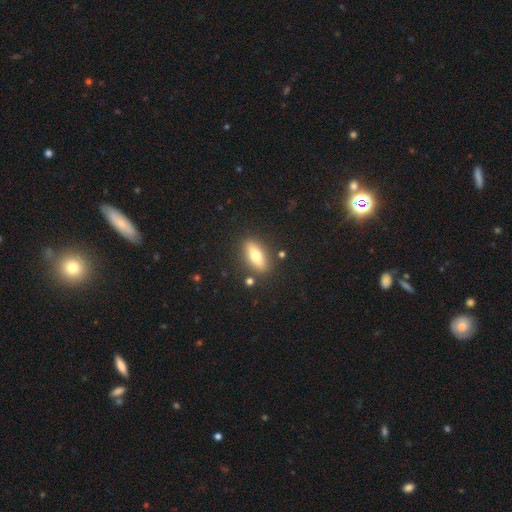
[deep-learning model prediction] Smooth or featured?
  - smooth: 62% *
  - featured or disk: 31%
  - star or artifact: 7%
How rounded?
  - in between: 66% *
  - cigar-shaped: 30%
  - round: 4%
Merging?
  - none: 85% *
  - minor disturbance: 9%
  - merger: 3%
  - major disturbance: 3%